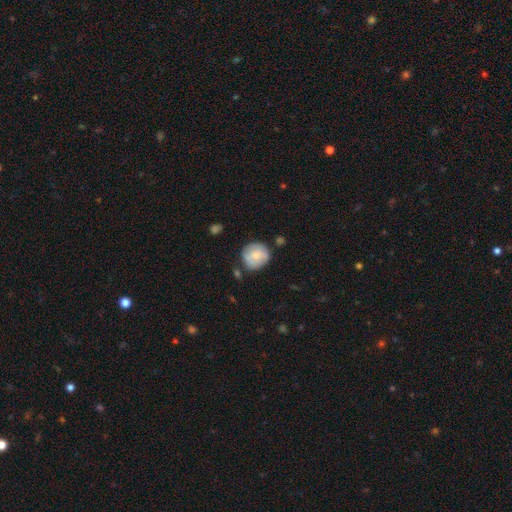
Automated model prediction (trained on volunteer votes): Q: Smooth or featured?
A: smooth (67%); runner-up: featured or disk (26%)
Q: How rounded?
A: round (87%); runner-up: in between (12%)
Q: Merging?
A: none (69%); runner-up: minor disturbance (21%)